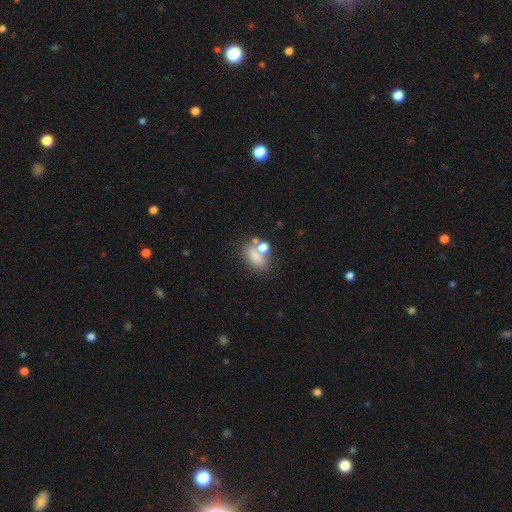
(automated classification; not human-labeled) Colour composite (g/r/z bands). It shows a smooth galaxy with no disk features (73%) that is in between round and cigar-shaped (78%). Merging: none (47%).